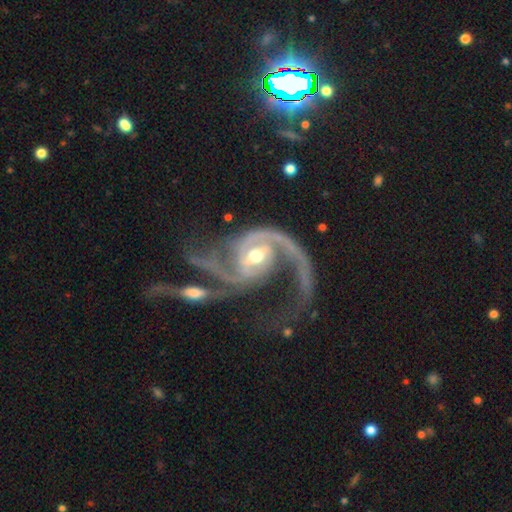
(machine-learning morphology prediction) Q: Smooth or featured?
A: featured or disk (92%); runner-up: star or artifact (4%)
Q: Edge-on disk?
A: no (98%); runner-up: yes (2%)
Q: Bar?
A: weak (43%); runner-up: strong (31%)
Q: Spiral arms?
A: yes (97%); runner-up: no (3%)
Q: Spiral winding?
A: loose (46%); runner-up: medium (39%)
Q: Spiral arm count?
A: 2 (72%); runner-up: 1 (9%)
Q: Bulge size?
A: moderate (69%); runner-up: small (22%)
Q: Merging?
A: major disturbance (34%); runner-up: none (30%)